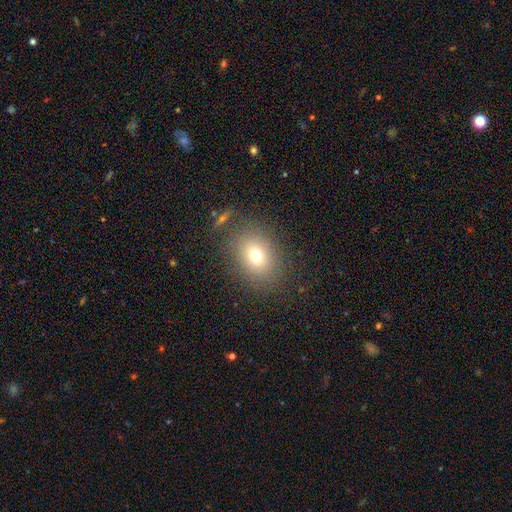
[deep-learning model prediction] A smooth galaxy with no disk features (73%) that is in between round and cigar-shaped (51%). Merging: none (82%).